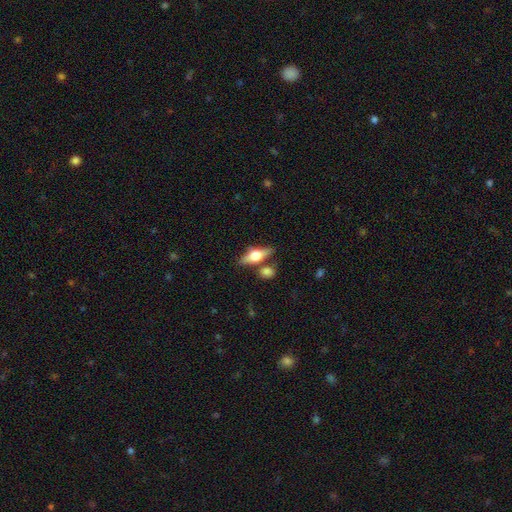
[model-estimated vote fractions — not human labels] Smooth or featured? featured or disk (47%)
Merging? none (69%)